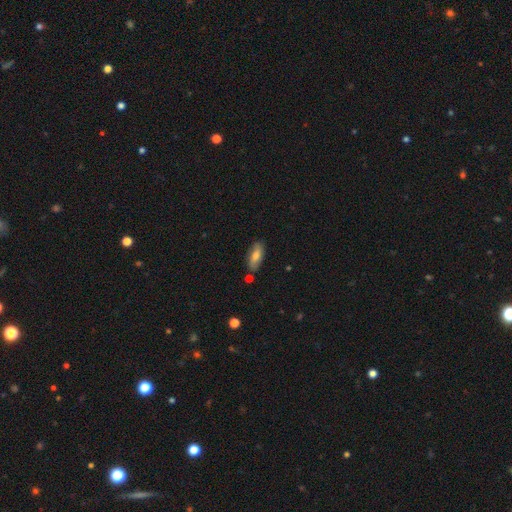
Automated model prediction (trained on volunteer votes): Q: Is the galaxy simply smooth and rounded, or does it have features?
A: smooth — 67%.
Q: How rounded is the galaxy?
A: in between — 77%.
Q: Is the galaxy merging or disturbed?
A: none — 81%.